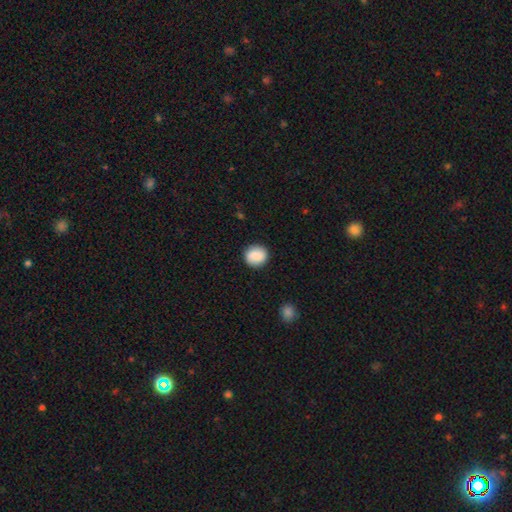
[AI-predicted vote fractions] Smooth or featured? smooth (86%)
How rounded? round (87%)
Merging? none (90%)